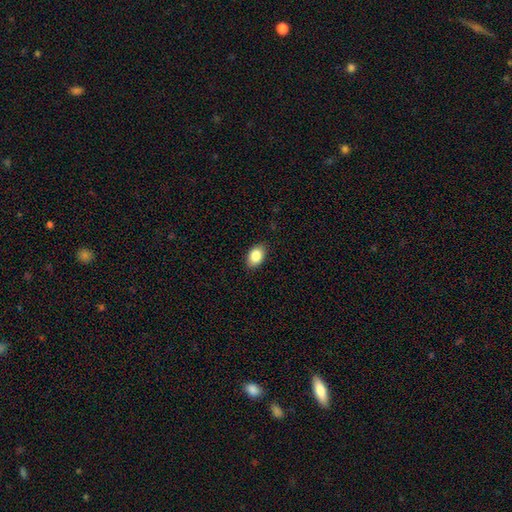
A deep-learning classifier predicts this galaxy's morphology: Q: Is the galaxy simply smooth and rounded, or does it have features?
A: smooth — 86%.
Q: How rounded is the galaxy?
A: in between — 85%.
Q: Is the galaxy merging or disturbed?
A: none — 88%.